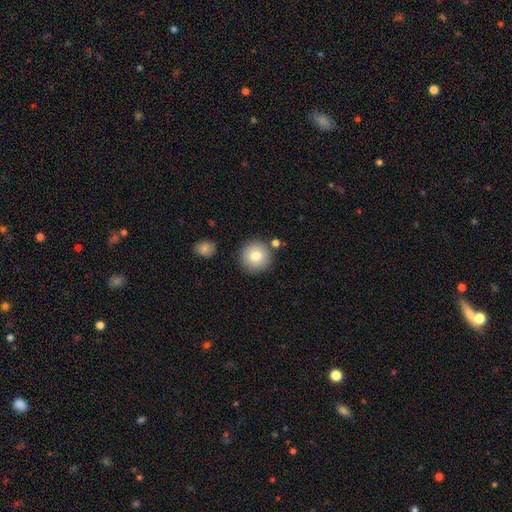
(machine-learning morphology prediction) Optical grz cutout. It shows a smooth galaxy with no disk features (81%) that is round (95%). Merging: none (84%).